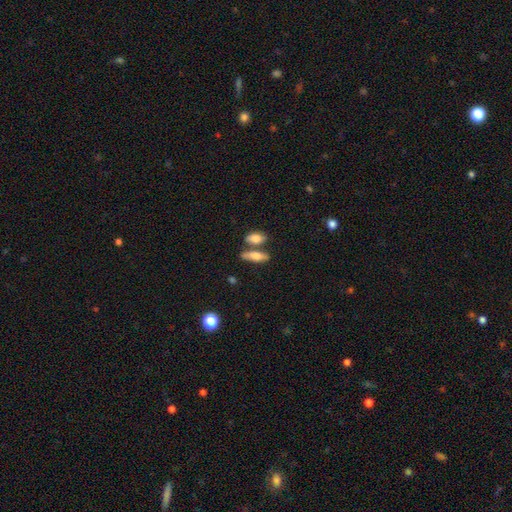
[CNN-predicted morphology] Overall: smooth (73%). How rounded: in between (56%; cigar-shaped 40%). Merging: none (58%; merger 26%).